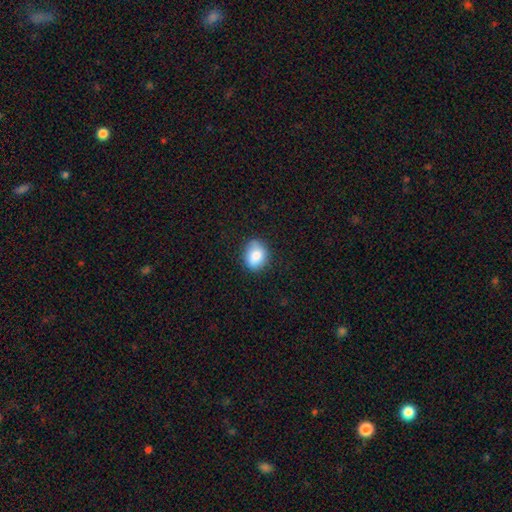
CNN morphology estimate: smooth 82%, featured or disk 10%, star or artifact 8%. Down the decision tree: how rounded — in between (55%); merging — none (81%).